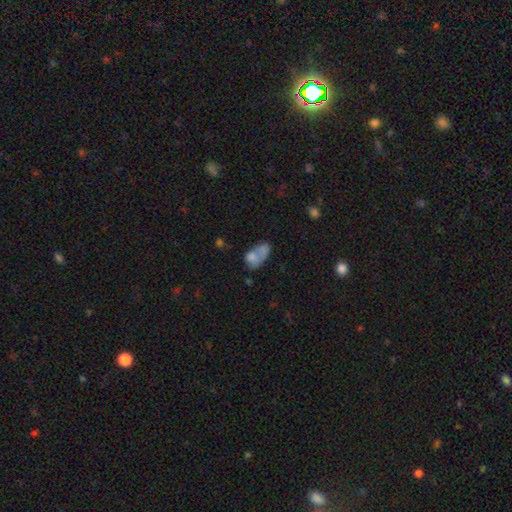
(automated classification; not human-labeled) Q: Smooth or featured?
A: smooth (69%); runner-up: featured or disk (21%)
Q: How rounded?
A: in between (83%); runner-up: round (14%)
Q: Merging?
A: merger (41%); runner-up: none (23%)